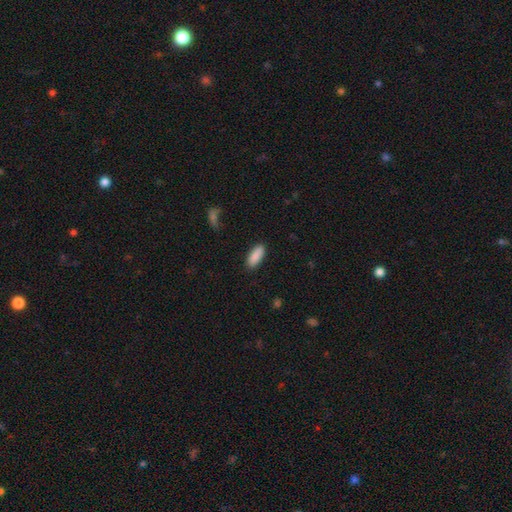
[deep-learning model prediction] The model was most divided on "how rounded": in between: 76%, cigar-shaped: 23%, round: 2%. More confident: smooth or featured — smooth (89%); merging — none (88%).